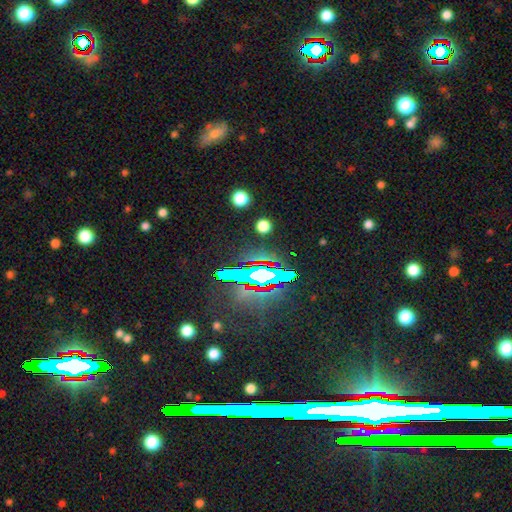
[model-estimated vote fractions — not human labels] Smooth or featured: star or artifact — 80% (featured or disk — 10%)